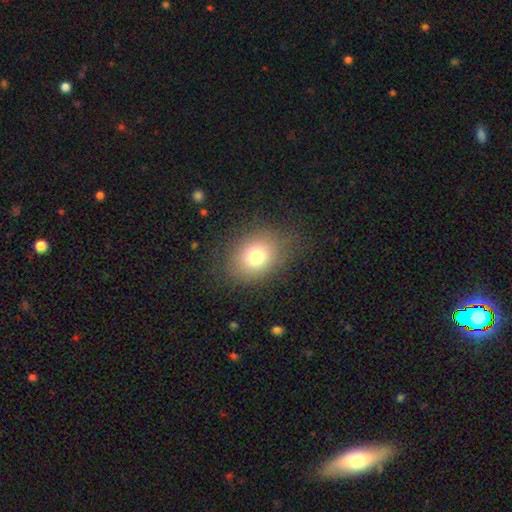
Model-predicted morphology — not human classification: Smooth or featured? smooth (76%)
How rounded? in between (52%)
Merging? none (78%)